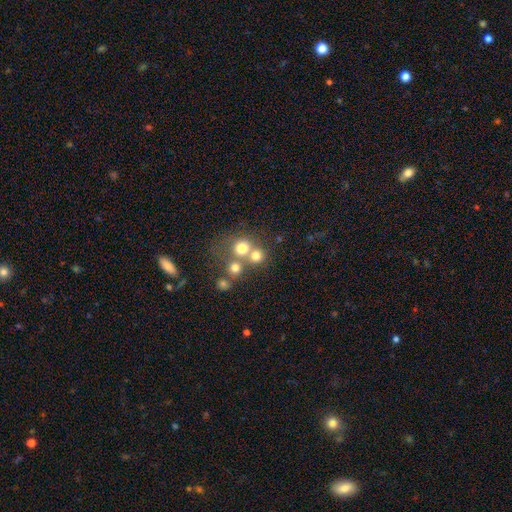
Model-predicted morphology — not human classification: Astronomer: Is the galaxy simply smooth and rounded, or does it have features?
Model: smooth — 71%.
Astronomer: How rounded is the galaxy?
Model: round — 86%.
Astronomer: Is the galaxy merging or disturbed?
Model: none — 48% (runner-up: merger, 42%).